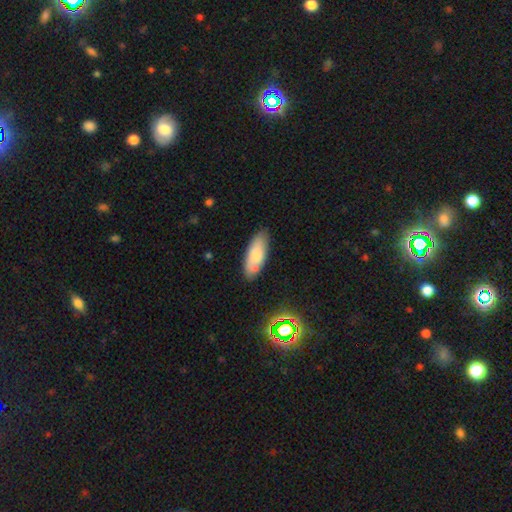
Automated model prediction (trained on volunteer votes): Overall: smooth (69%). How rounded: in between (79%). Merging: none (76%).